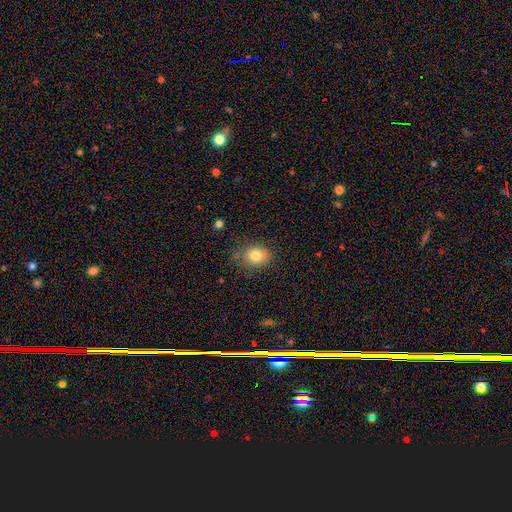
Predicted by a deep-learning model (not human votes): This is clearly a smooth galaxy (80%). How rounded: possibly round (51%). Merging: likely none (75%).